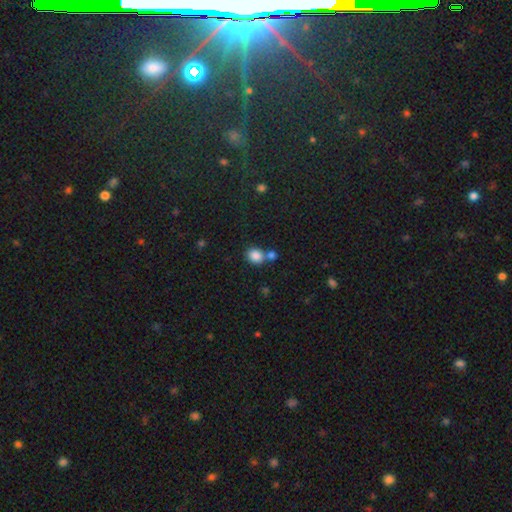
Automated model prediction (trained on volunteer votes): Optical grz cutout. It shows a smooth galaxy with no disk features (85%) that is round (63%). Merging: none (56%).